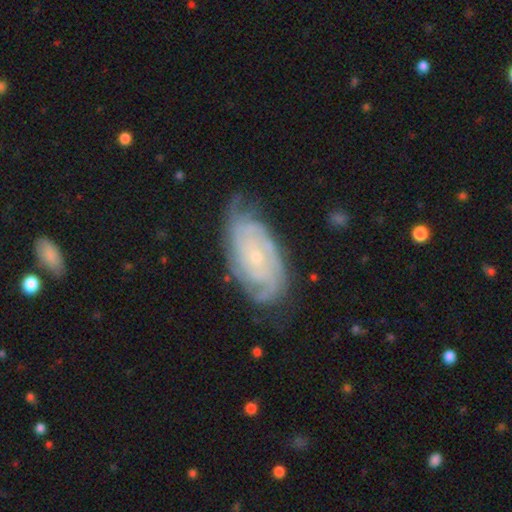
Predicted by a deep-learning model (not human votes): The model was most divided on "spiral arm count": can't tell: 30%, 2: 25%, 3: 20%, 4: 14%, more than 4: 6%, 1: 5%. More confident: spiral arms — yes (97%); edge-on disk — no (96%); smooth or featured — featured or disk (85%); bulge size — small (77%); spiral winding — tight (74%); bar — no (73%); merging — none (69%).